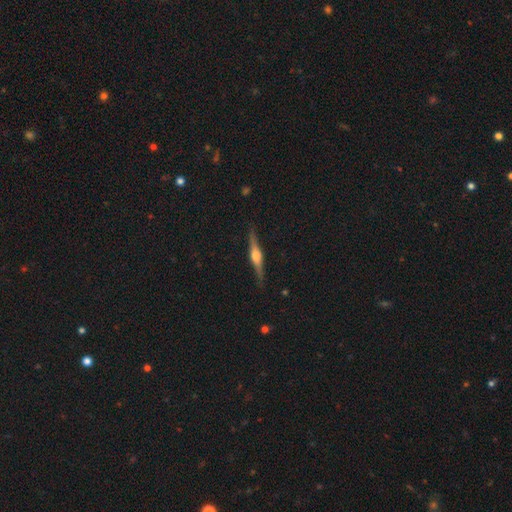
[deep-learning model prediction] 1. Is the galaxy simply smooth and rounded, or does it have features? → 76% featured or disk, 18% smooth, 6% star or artifact.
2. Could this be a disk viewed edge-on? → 98% yes, 2% no.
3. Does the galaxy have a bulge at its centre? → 90% rounded, 7% boxy, 3% none.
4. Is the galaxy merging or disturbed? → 88% none, 9% minor disturbance, 2% major disturbance, 1% merger.